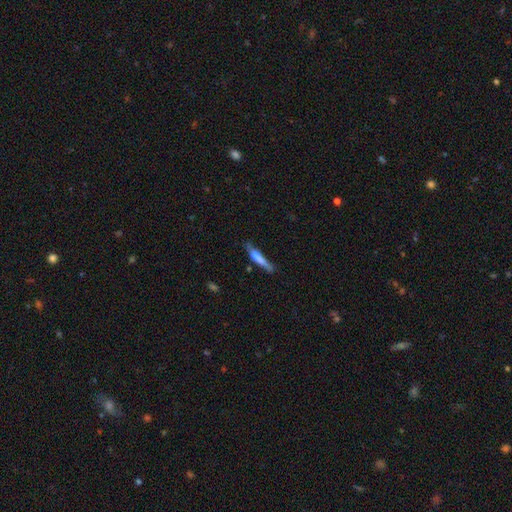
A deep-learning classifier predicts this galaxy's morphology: smooth_or_featured: smooth (p=0.47) [alt: featured or disk p=0.46]
merging: none (p=0.60) [alt: minor disturbance p=0.26]